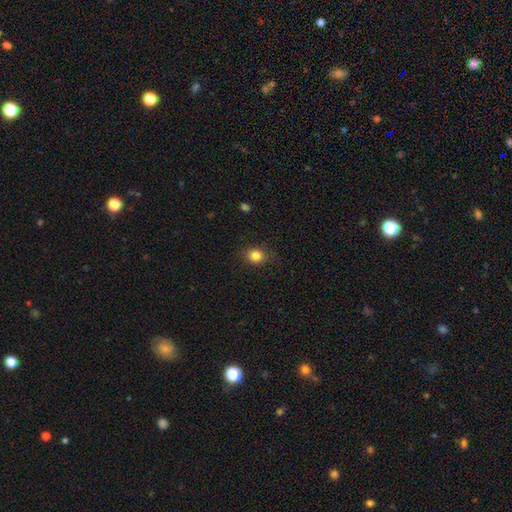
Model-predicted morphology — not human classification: A smooth galaxy with no disk features (84%) that is round (61%).

Vote fractions:
- Smooth or featured? smooth: 84% / star or artifact: 11% / featured or disk: 6%
- How rounded? round: 61% / in between: 38% / cigar-shaped: 1%
- Merging? none: 80% / minor disturbance: 15% / major disturbance: 4% / merger: 1%